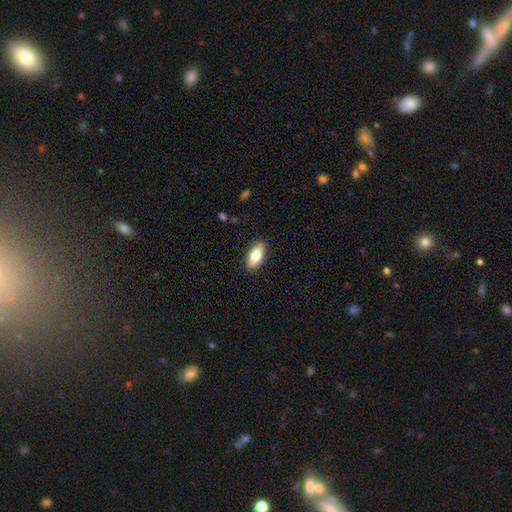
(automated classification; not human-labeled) A smooth galaxy with no disk features (80%) that is in between round and cigar-shaped (87%).

Vote fractions:
- Smooth or featured? smooth: 80% / featured or disk: 13% / star or artifact: 7%
- How rounded? in between: 87% / cigar-shaped: 10% / round: 3%
- Merging? none: 88% / minor disturbance: 9% / major disturbance: 2% / merger: 1%